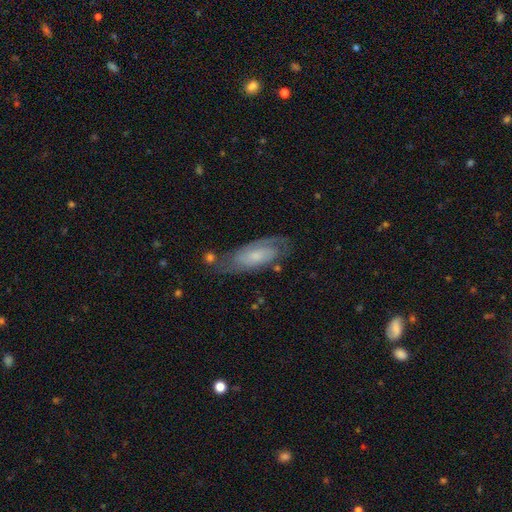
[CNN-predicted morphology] The model was most divided on "spiral winding": tight: 48%, medium: 39%, loose: 13%. More confident: spiral arms — yes (91%); edge-on disk — no (89%); smooth or featured — featured or disk (70%); spiral arm count — 2 (67%); merging — none (66%); bar — no (63%); bulge size — small (53%).